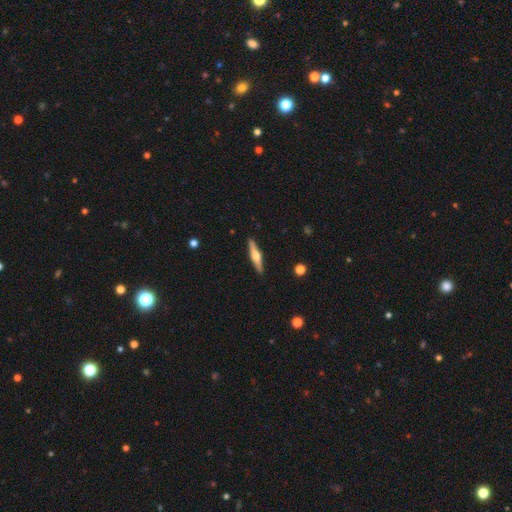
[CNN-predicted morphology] The model was most divided on "smooth or featured": featured or disk: 65%, smooth: 29%, star or artifact: 5%. More confident: edge-on disk — yes (97%); merging — none (91%); edge-on bulge — rounded (90%).